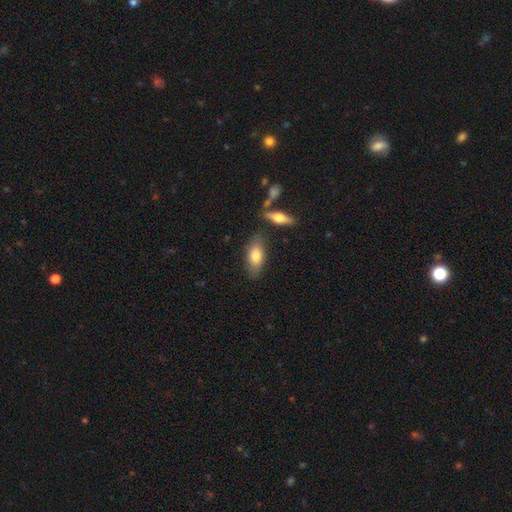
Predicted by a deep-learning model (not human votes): Smooth or featured? smooth (75%)
How rounded? in between (85%)
Merging? none (75%)